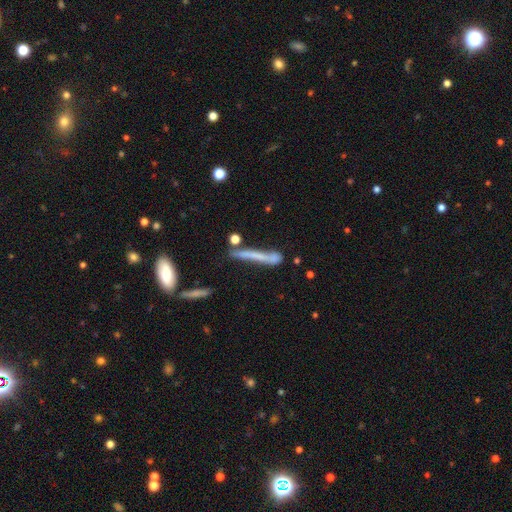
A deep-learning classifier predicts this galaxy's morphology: This appears to be a smooth galaxy with no disk features (47%). Merging: none (52%).